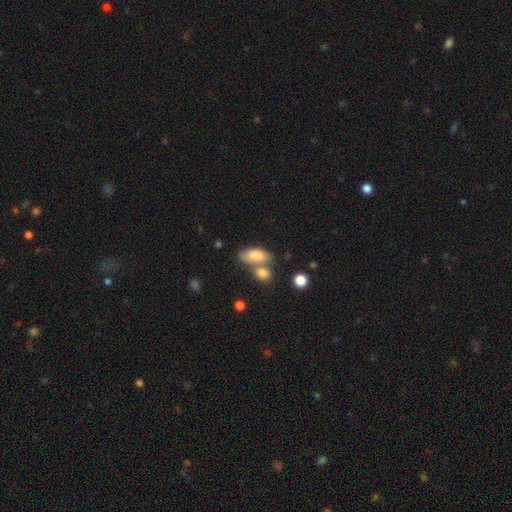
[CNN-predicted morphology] Smooth or featured?
  - smooth: 79% *
  - featured or disk: 14%
  - star or artifact: 7%
How rounded?
  - in between: 89% *
  - cigar-shaped: 6%
  - round: 5%
Merging?
  - merger: 41% *
  - none: 39%
  - minor disturbance: 14%
  - major disturbance: 6%